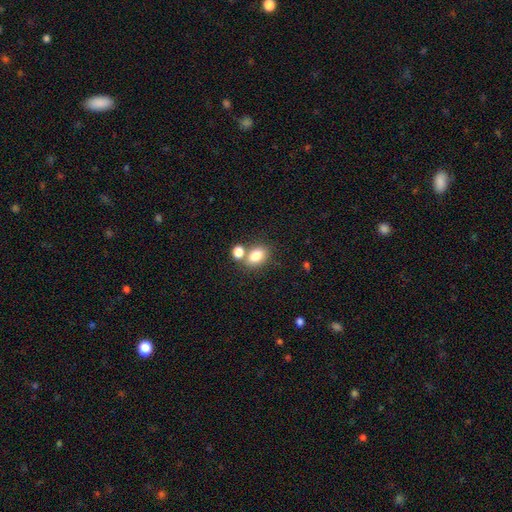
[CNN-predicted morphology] The model was most divided on "merging": none: 55%, merger: 30%, minor disturbance: 11%, major disturbance: 4%. More confident: smooth or featured — smooth (82%); how rounded — in between (70%).